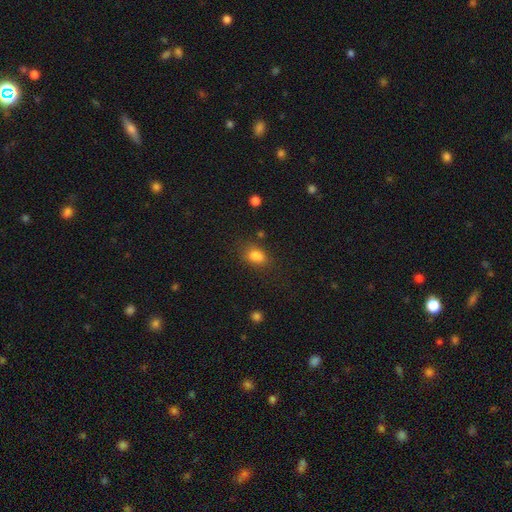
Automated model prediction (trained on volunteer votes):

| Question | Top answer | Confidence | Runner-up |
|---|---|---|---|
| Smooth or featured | smooth | 83% | star or artifact (11%) |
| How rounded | in between | 79% | round (19%) |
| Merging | none | 68% | minor disturbance (20%) |